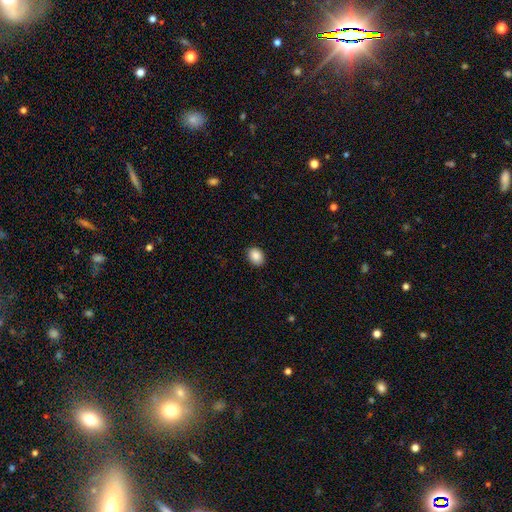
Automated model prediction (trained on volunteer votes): Smooth or featured: smooth — 88% (star or artifact — 8%)
How rounded: in between — 60% (round — 39%)
Merging: none — 90% (minor disturbance — 7%)